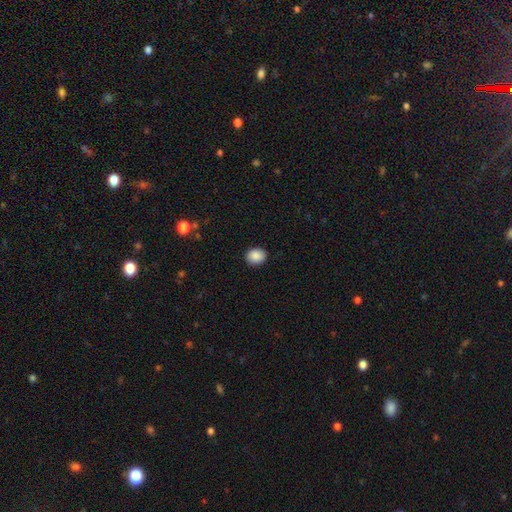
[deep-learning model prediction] This is clearly a smooth galaxy (89%). How rounded: possibly round (55%). Merging: clearly none (90%).